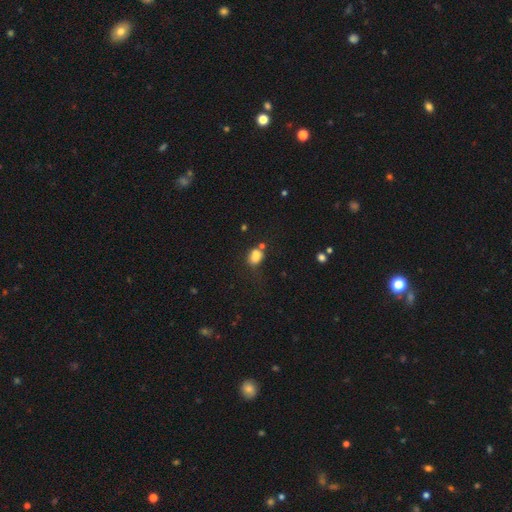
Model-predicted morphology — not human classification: A smooth galaxy with no disk features (72%) that is in between round and cigar-shaped (65%).

Vote fractions:
- Smooth or featured? smooth: 72% / star or artifact: 15% / featured or disk: 13%
- How rounded? in between: 65% / round: 33% / cigar-shaped: 2%
- Merging? none: 39% / merger: 27% / minor disturbance: 22% / major disturbance: 12%